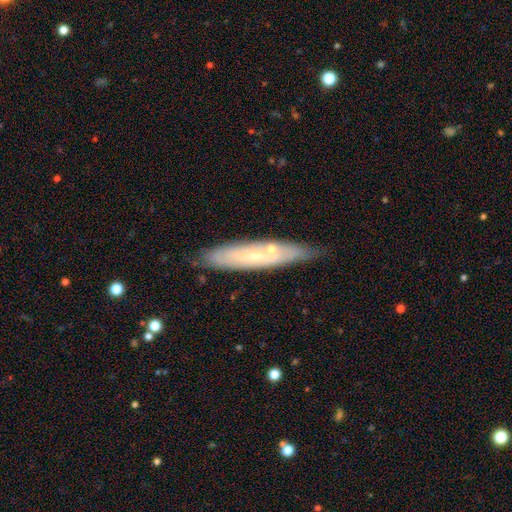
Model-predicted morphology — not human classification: Smooth or featured: featured or disk — 52% (smooth — 41%)
Edge-on disk: yes — 55% (no — 45%)
Merging: none — 77% (minor disturbance — 15%)